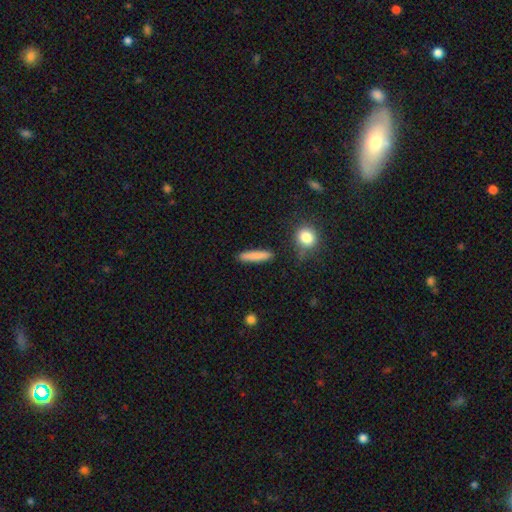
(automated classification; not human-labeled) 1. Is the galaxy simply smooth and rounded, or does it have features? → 83% smooth, 10% featured or disk, 6% star or artifact.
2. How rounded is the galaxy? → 87% cigar-shaped, 10% in between, 2% round.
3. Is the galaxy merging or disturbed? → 88% none, 8% minor disturbance, 2% merger, 2% major disturbance.